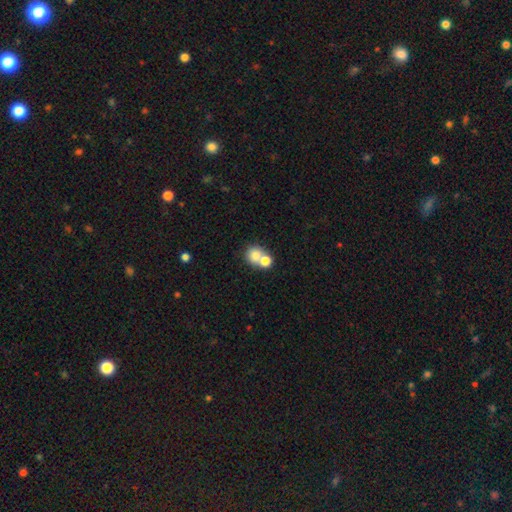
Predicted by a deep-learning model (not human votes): smooth-or-featured: smooth: 76% | featured or disk: 13% | star or artifact: 10%
  how-rounded: round: 77% | in between: 22% | cigar-shaped: 1%
  merging: merger: 54% | none: 36% | minor disturbance: 7% | major disturbance: 3%